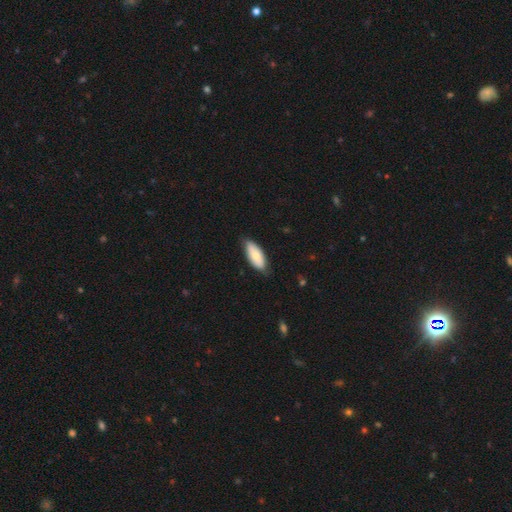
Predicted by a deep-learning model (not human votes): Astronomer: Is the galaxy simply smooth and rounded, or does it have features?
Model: smooth — 71%.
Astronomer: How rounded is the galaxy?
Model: in between — 85%.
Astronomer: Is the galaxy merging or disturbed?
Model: none — 76%.